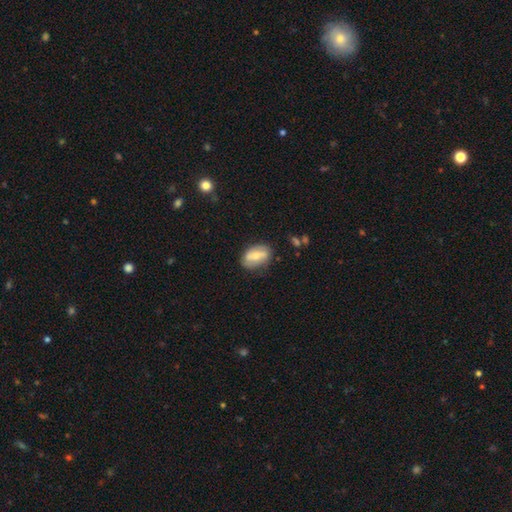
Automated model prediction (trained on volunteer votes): smooth-or-featured: smooth: 47% | featured or disk: 46% | star or artifact: 7%
  merging: none: 76% | minor disturbance: 18% | major disturbance: 4% | merger: 2%